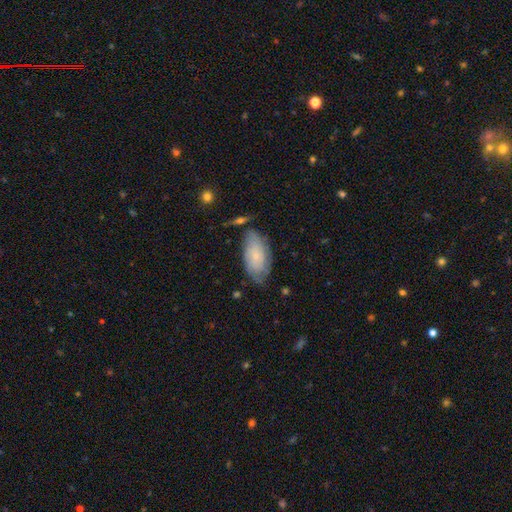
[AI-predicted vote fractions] Smooth or featured?
  - featured or disk: 47% *
  - smooth: 46%
  - star or artifact: 7%
Merging?
  - none: 60% *
  - minor disturbance: 27%
  - major disturbance: 9%
  - merger: 5%